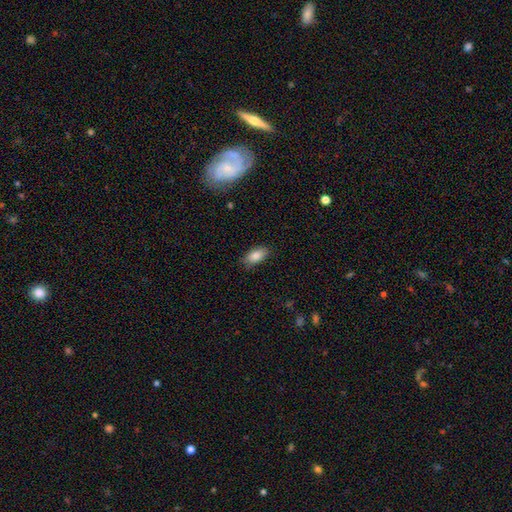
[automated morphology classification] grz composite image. It shows a smooth galaxy with no disk features (85%) that is in between round and cigar-shaped (91%). Merging: none (82%).